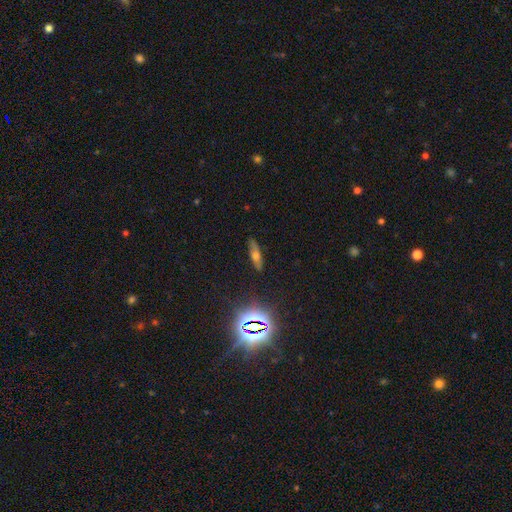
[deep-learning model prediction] Smooth or featured? smooth (41%)
Merging? none (82%)